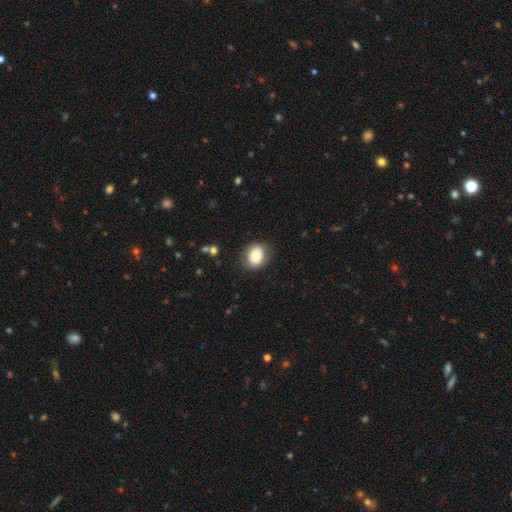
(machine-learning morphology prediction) smooth 74%, featured or disk 18%, star or artifact 8%. Down the decision tree: how rounded — round (54%); merging — none (81%).